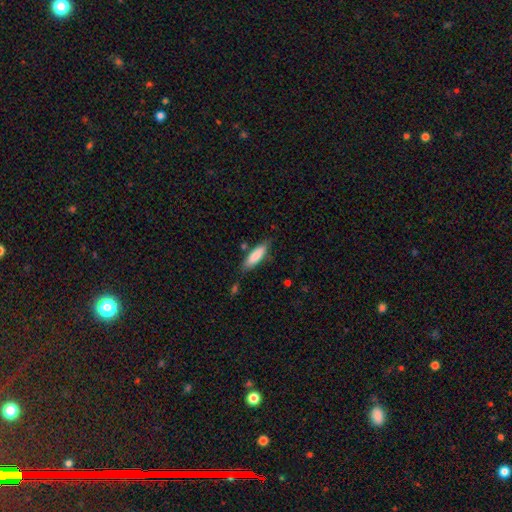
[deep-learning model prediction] smooth 83%, featured or disk 11%, star or artifact 6%. Down the decision tree: how rounded — cigar-shaped (57%); merging — none (77%).